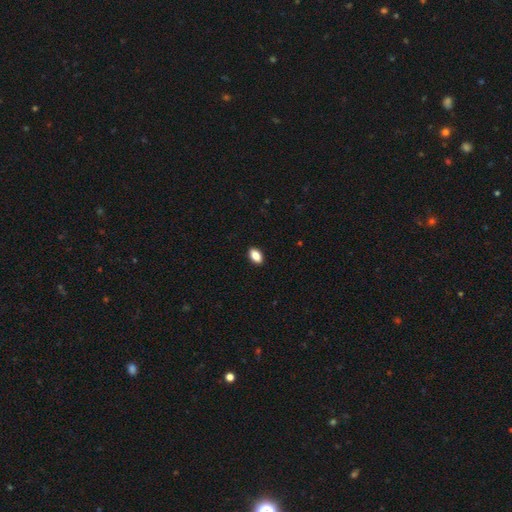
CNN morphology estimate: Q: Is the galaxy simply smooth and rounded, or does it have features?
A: smooth — 87%.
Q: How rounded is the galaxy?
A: in between — 90%.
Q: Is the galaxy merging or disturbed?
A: none — 91%.